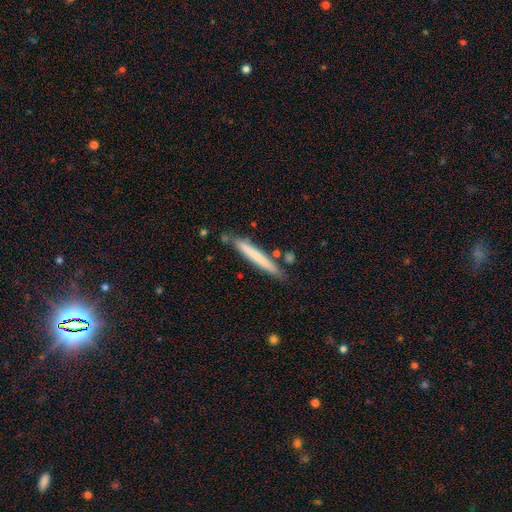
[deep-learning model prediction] A smooth galaxy with no disk features (67%) that is cigar-shaped (96%). Merging: none (79%).